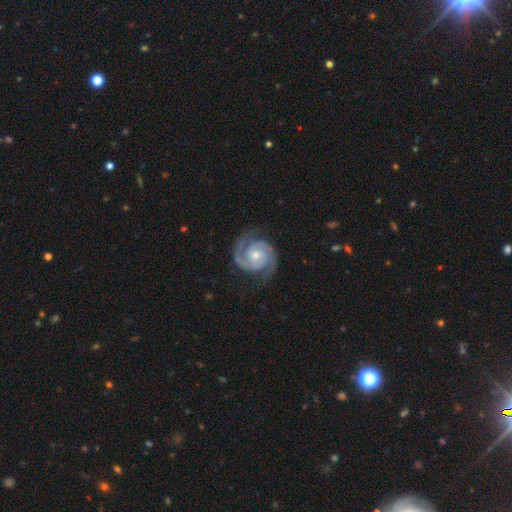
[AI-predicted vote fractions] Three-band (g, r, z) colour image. It shows a featured or disk galaxy (92%) with no bar (69%), 2 (90%) tight (52%) spiral arms (98%) and a moderate central bulge (50%). Merging: none (79%).